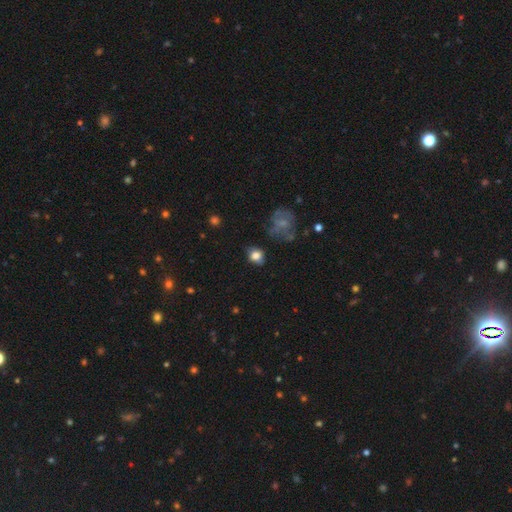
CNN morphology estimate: Q: Smooth or featured?
A: smooth (79%); runner-up: featured or disk (11%)
Q: How rounded?
A: round (63%); runner-up: in between (35%)
Q: Merging?
A: none (71%); runner-up: minor disturbance (20%)